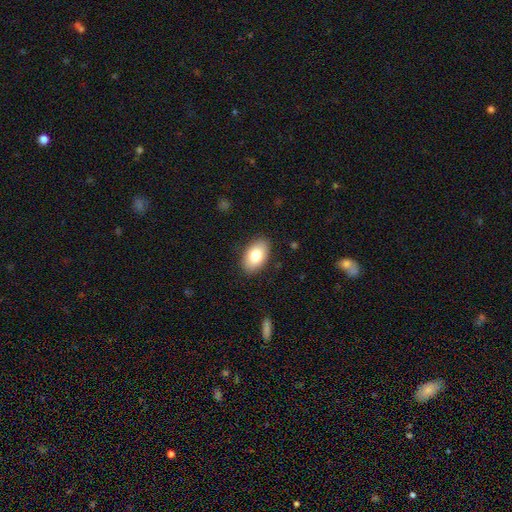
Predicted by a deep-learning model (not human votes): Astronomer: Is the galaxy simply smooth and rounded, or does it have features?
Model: smooth — 80%.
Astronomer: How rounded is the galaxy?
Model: in between — 93%.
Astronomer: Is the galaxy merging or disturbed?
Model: none — 87%.